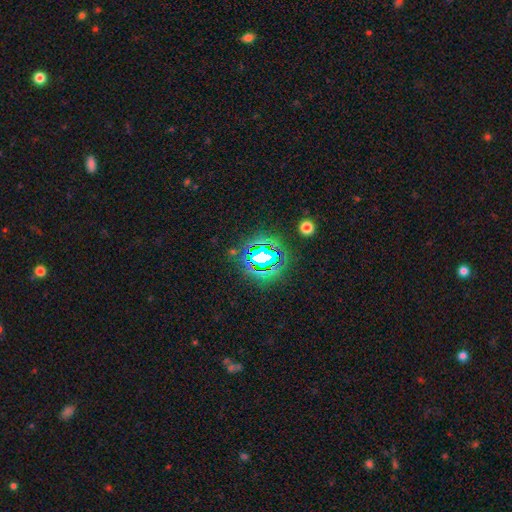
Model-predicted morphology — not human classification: The model was most divided on "smooth or featured": star or artifact: 79%, smooth: 14%, featured or disk: 8%.